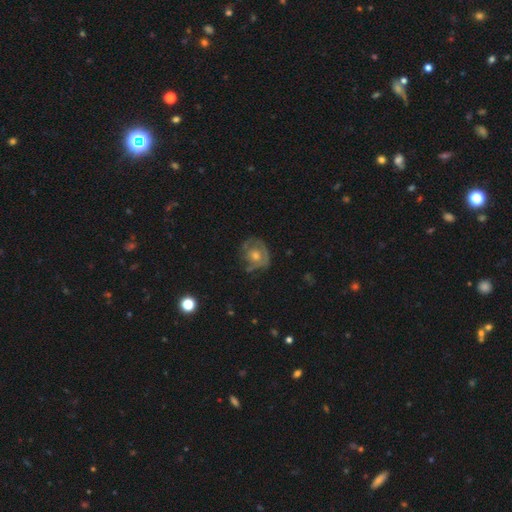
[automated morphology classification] Smooth or featured?
  - featured or disk: 61% *
  - smooth: 29%
  - star or artifact: 10%
Edge-on disk?
  - no: 96% *
  - yes: 4%
Bar?
  - no: 83% *
  - weak: 15%
  - strong: 3%
Spiral arms?
  - yes: 57% *
  - no: 43%
Bulge size?
  - moderate: 67% *
  - small: 24%
  - large: 6%
  - none: 2%
  - dominant: 1%
Merging?
  - none: 64% *
  - minor disturbance: 22%
  - major disturbance: 11%
  - merger: 2%